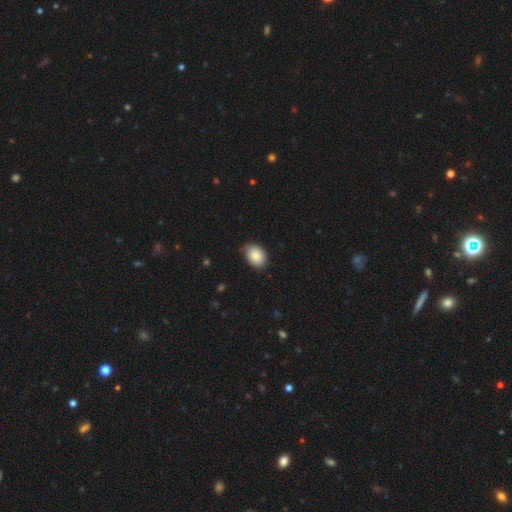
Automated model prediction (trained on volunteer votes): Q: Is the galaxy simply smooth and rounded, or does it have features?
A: smooth — 85%.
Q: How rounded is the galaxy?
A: in between — 74%.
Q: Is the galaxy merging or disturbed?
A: none — 73%.